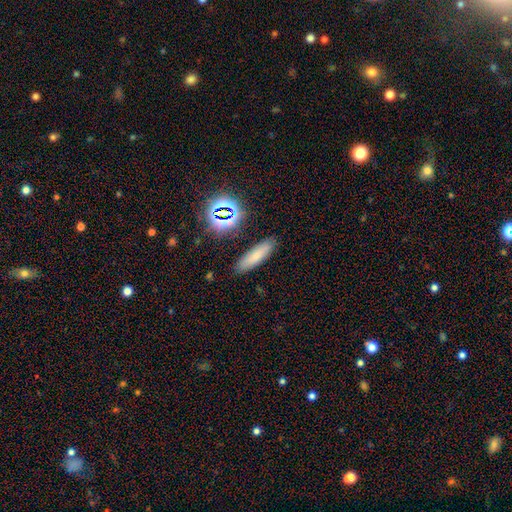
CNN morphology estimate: Smooth or featured: smooth — 70% (star or artifact — 16%)
How rounded: cigar-shaped — 63% (in between — 33%)
Merging: none — 86% (minor disturbance — 9%)